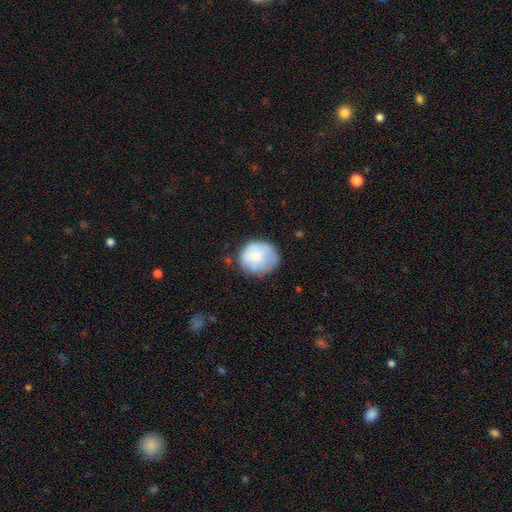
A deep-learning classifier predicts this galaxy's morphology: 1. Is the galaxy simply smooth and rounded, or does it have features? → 72% smooth, 21% featured or disk, 7% star or artifact.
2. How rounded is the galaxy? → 77% round, 22% in between, 1% cigar-shaped.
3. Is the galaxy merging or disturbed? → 62% none, 25% minor disturbance, 10% major disturbance, 3% merger.